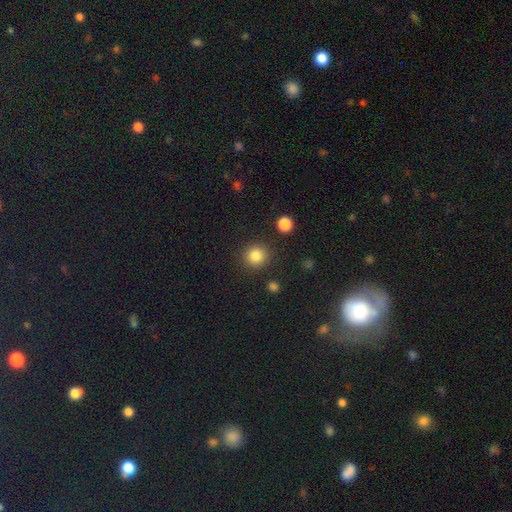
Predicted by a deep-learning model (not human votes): A smooth galaxy with no disk features (85%) that is round (92%). Merging: none (89%).